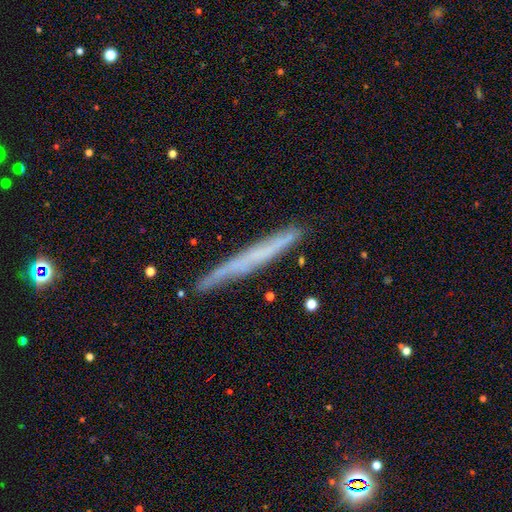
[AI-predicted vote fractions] The model was most divided on "smooth or featured": featured or disk: 51%, smooth: 39%, star or artifact: 10%. More confident: edge-on disk — yes (91%); merging — none (81%).